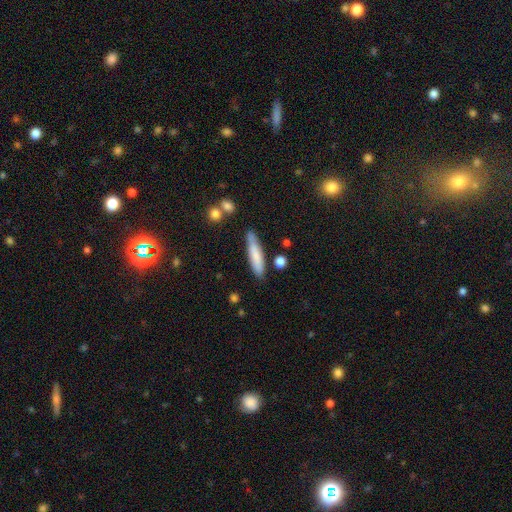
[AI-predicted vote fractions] A smooth galaxy with no disk features (76%) that is cigar-shaped (82%).

Vote fractions:
- Smooth or featured? smooth: 76% / featured or disk: 17% / star or artifact: 6%
- How rounded? cigar-shaped: 82% / in between: 17% / round: 2%
- Merging? none: 78% / minor disturbance: 14% / merger: 4% / major disturbance: 3%